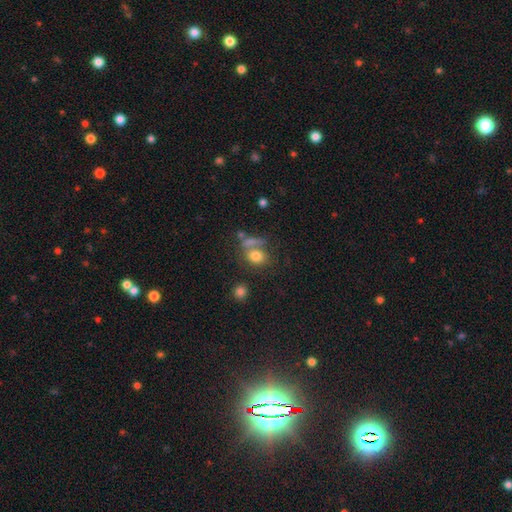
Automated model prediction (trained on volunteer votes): smooth 76%, featured or disk 13%, star or artifact 12%. Down the decision tree: how rounded — in between (50%); merging — none (46%).